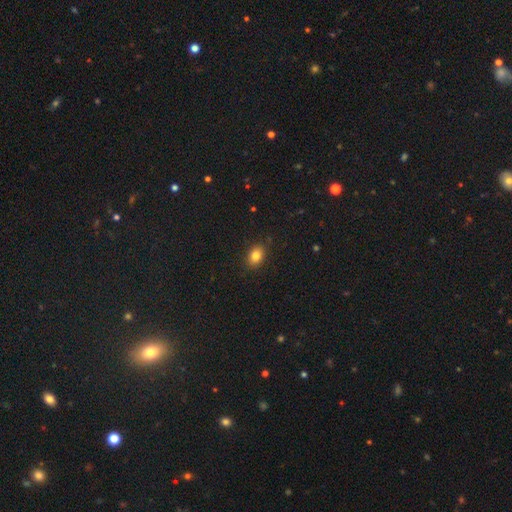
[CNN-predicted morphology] The model was most divided on "how rounded": in between: 71%, round: 27%, cigar-shaped: 1%. More confident: merging — none (88%); smooth or featured — smooth (83%).